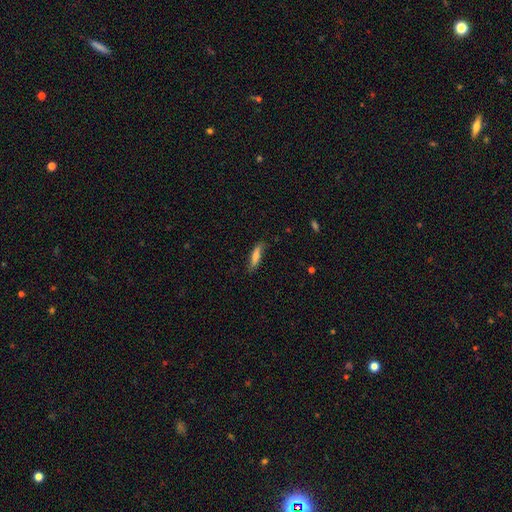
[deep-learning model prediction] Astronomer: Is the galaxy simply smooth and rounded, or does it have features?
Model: smooth — 71%.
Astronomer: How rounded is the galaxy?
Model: cigar-shaped — 75%.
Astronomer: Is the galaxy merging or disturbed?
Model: none — 76%.